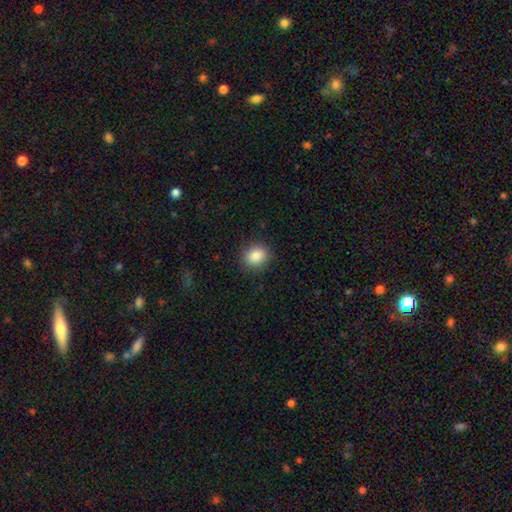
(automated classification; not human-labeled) smooth-or-featured: smooth: 86% | star or artifact: 9% | featured or disk: 5%
  how-rounded: round: 65% | in between: 34% | cigar-shaped: 1%
  merging: none: 88% | minor disturbance: 8% | major disturbance: 3% | merger: 1%